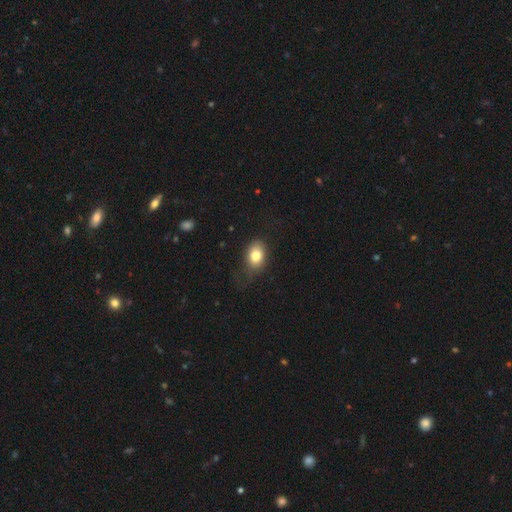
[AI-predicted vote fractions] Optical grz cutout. It shows a smooth galaxy with no disk features (79%) that is in between round and cigar-shaped (76%). Merging: none (64%).